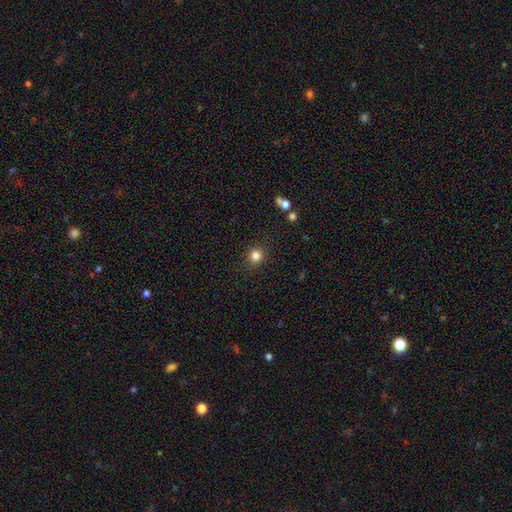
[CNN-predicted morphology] smooth-or-featured: smooth: 83% | star or artifact: 12% | featured or disk: 4%
  how-rounded: round: 90% | in between: 9% | cigar-shaped: 1%
  merging: none: 90% | minor disturbance: 7% | major disturbance: 2% | merger: 1%